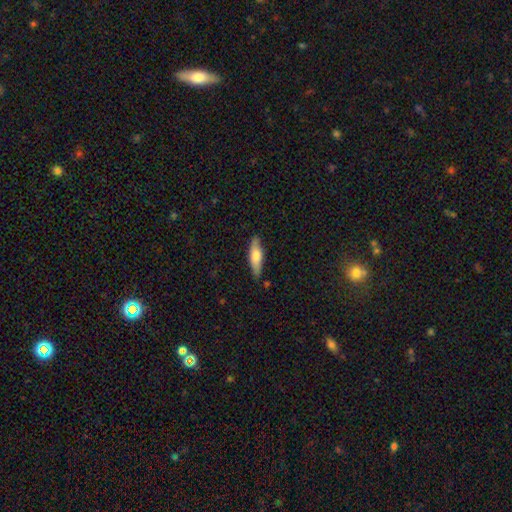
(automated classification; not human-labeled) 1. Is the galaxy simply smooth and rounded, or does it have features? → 65% smooth, 29% featured or disk, 6% star or artifact.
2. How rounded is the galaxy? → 55% cigar-shaped, 43% in between, 2% round.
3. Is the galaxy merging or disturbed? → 80% none, 16% minor disturbance, 3% major disturbance, 2% merger.